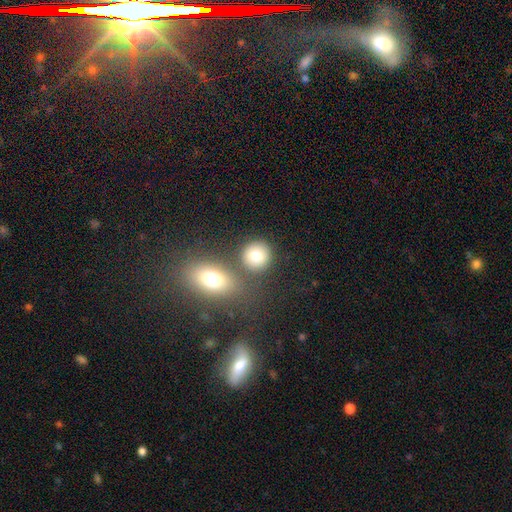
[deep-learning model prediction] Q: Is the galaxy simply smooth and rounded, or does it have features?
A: smooth — 77%.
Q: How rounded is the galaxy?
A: round — 85%.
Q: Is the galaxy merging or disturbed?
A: none — 72%.